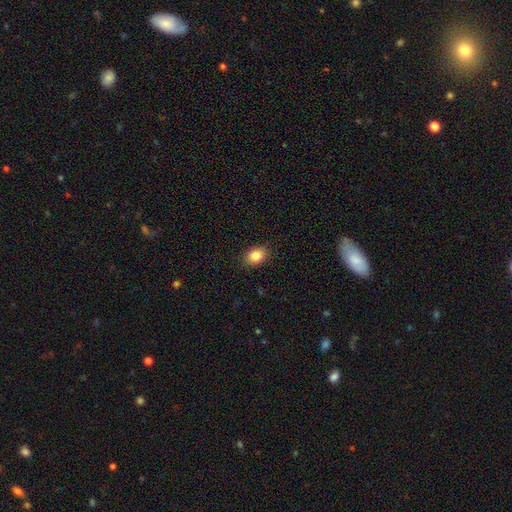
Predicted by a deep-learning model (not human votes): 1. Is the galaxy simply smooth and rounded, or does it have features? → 85% smooth, 9% star or artifact, 6% featured or disk.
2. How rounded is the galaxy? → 70% in between, 29% round, 1% cigar-shaped.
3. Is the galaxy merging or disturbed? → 87% none, 9% minor disturbance, 2% major disturbance, 1% merger.